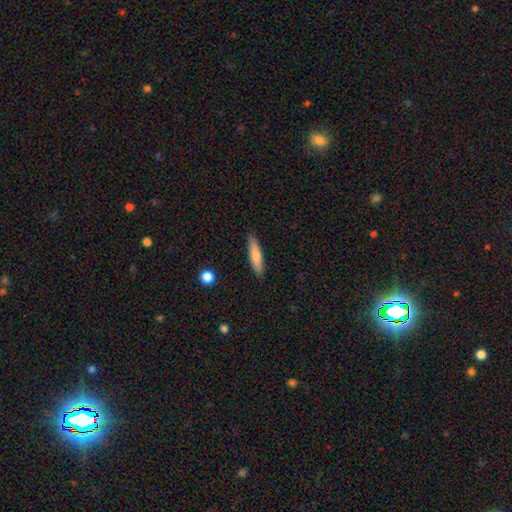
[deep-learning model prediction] Overall: smooth (74%). How rounded: cigar-shaped (80%). Merging: none (88%).